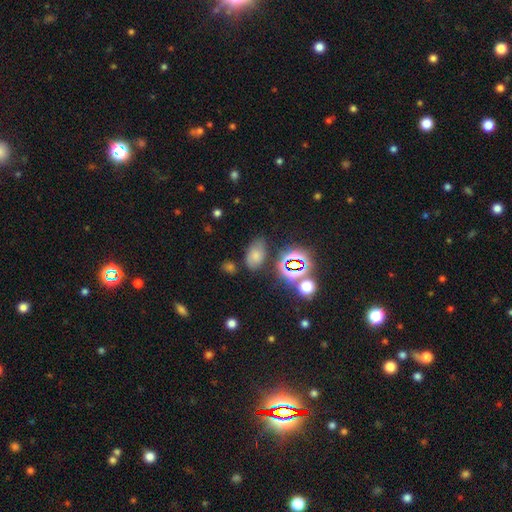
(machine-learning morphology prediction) The model was most divided on "smooth or featured": smooth: 62%, star or artifact: 25%, featured or disk: 14%. More confident: how rounded — in between (89%); merging — none (67%).